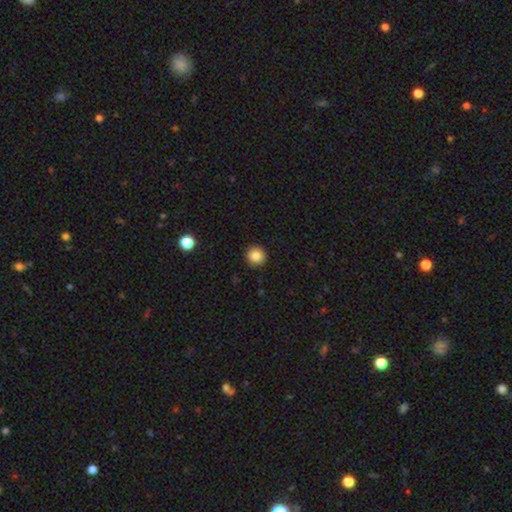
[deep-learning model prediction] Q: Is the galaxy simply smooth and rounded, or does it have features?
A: smooth — 85%.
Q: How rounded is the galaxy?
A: round — 93%.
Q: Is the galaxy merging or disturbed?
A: none — 93%.